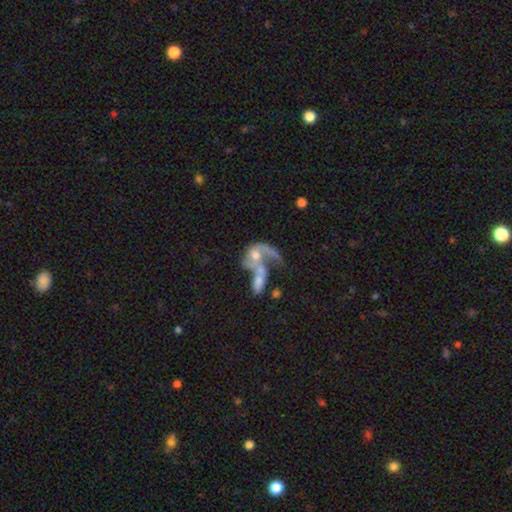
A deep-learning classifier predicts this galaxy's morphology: A featured or disk galaxy (62%) with no bar (74%), spiral arms (62%) and a moderate central bulge (49%). Merging: merger (61%).